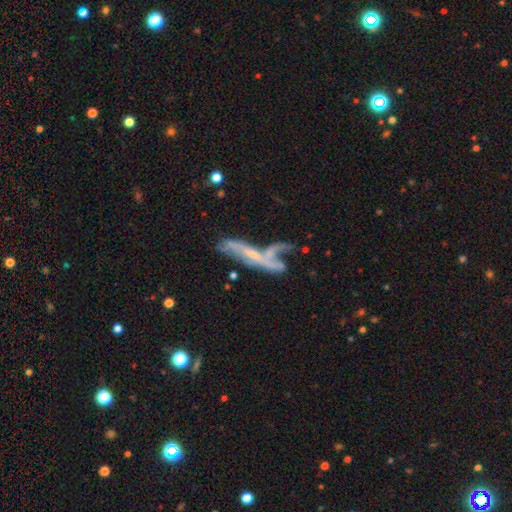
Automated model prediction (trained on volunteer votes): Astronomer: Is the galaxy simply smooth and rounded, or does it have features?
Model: featured or disk — 65%.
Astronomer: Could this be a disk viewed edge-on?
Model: yes — 51% (runner-up: no, 49%).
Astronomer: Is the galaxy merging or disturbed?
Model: merger — 32% (runner-up: none, 29%).